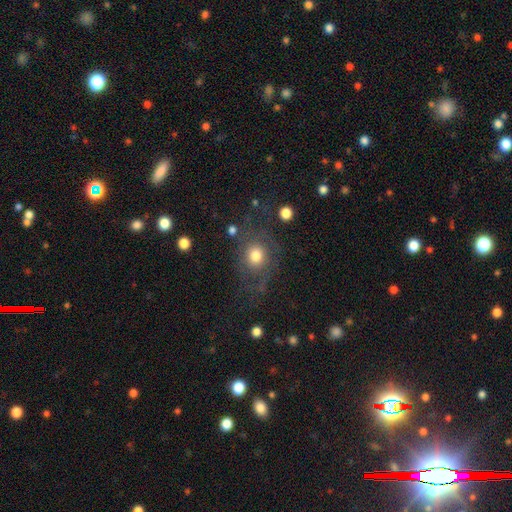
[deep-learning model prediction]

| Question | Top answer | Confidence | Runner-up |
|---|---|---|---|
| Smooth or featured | smooth | 67% | featured or disk (21%) |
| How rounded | round | 74% | in between (25%) |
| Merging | none | 64% | minor disturbance (17%) |